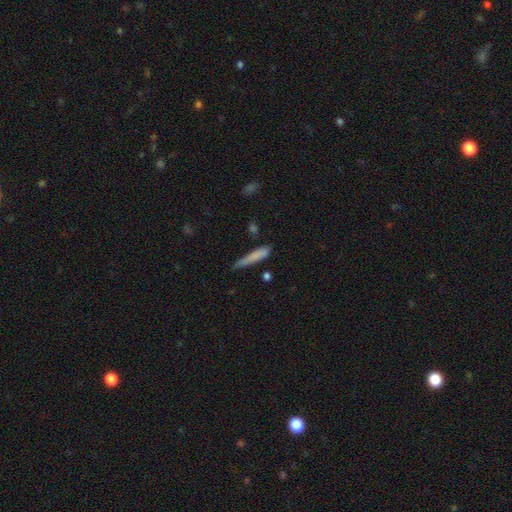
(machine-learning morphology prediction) This is likely a smooth galaxy (78%). How rounded: clearly cigar-shaped (92%). Merging: possibly none (59%).